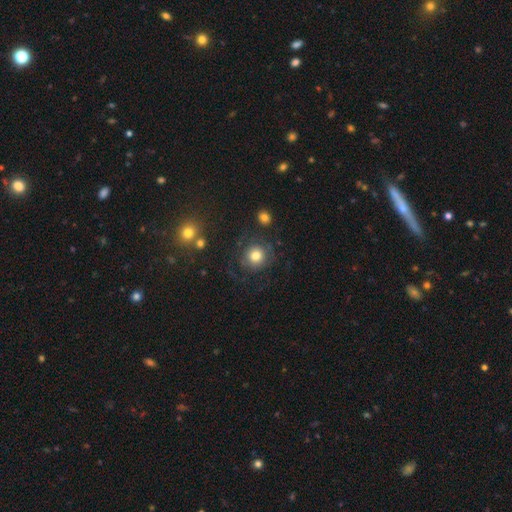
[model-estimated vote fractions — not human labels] Smooth or featured? smooth (73%)
How rounded? round (91%)
Merging? none (73%)